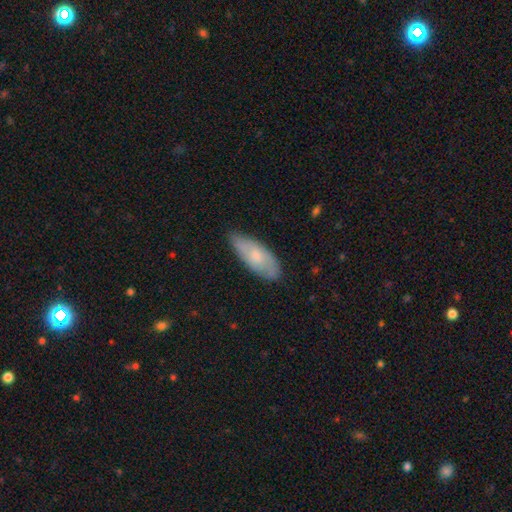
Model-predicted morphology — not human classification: Smooth or featured: smooth — 65% (featured or disk — 30%)
How rounded: in between — 78% (cigar-shaped — 20%)
Merging: none — 73% (minor disturbance — 22%)